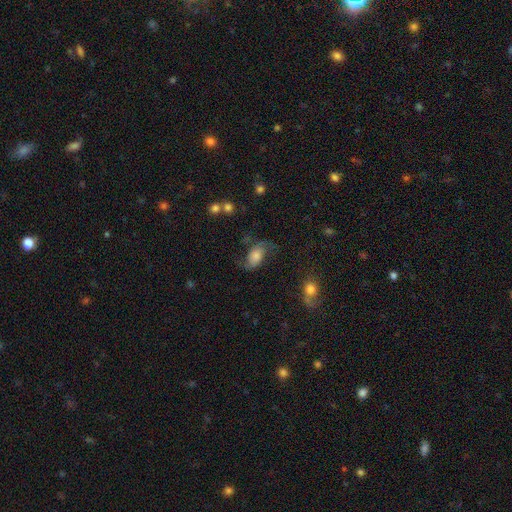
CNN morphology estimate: Smooth or featured?
  - featured or disk: 59% *
  - smooth: 30%
  - star or artifact: 11%
Edge-on disk?
  - no: 95% *
  - yes: 5%
Bar?
  - no: 63% *
  - weak: 30%
  - strong: 7%
Spiral arms?
  - yes: 91% *
  - no: 9%
Spiral winding?
  - loose: 66% *
  - medium: 27%
  - tight: 7%
Spiral arm count?
  - 2: 89% *
  - 1: 4%
  - can't tell: 4%
  - 3: 1%
  - 4: 1%
  - more than 4: 1%
Bulge size?
  - moderate: 37% *
  - large: 25%
  - small: 23%
  - none: 8%
  - dominant: 6%
Merging?
  - none: 59% *
  - minor disturbance: 21%
  - major disturbance: 18%
  - merger: 3%